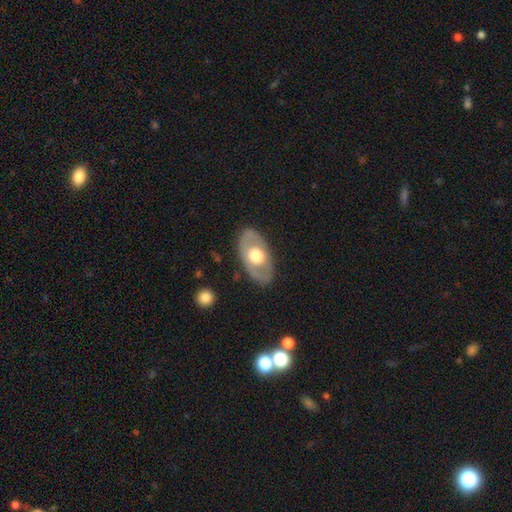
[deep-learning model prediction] Smooth or featured? featured or disk (53%)
Edge-on disk? no (85%)
Merging? none (83%)